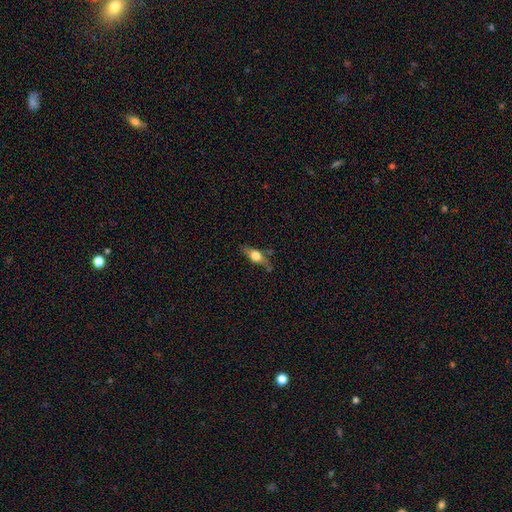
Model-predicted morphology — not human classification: smooth_or_featured: smooth (p=0.51) [alt: featured or disk p=0.41]
how_rounded: in between (p=0.55) [alt: cigar-shaped p=0.37]
merging: none (p=0.68) [alt: minor disturbance p=0.22]